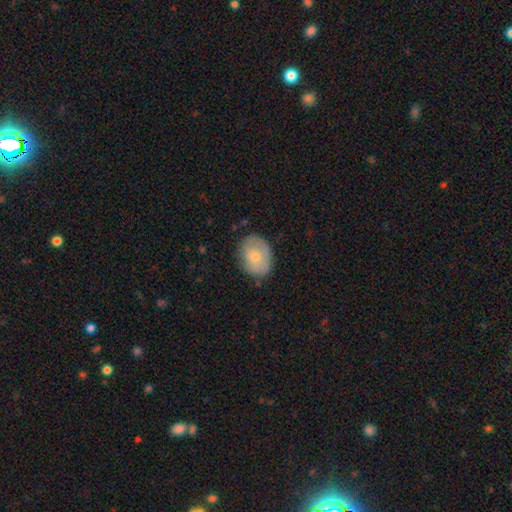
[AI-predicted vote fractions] smooth 66%, featured or disk 28%, star or artifact 6%. Down the decision tree: how rounded — in between (64%); merging — none (71%).